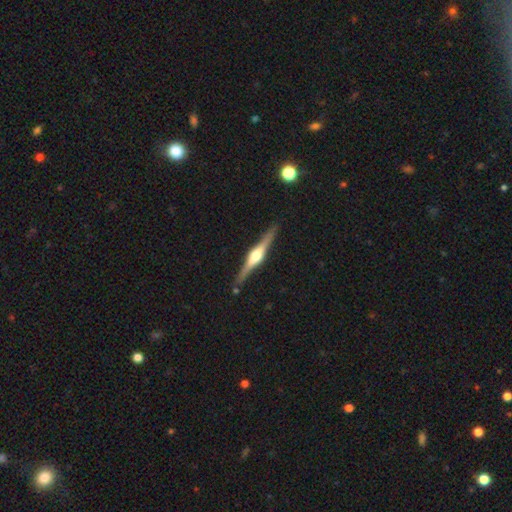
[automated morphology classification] The model was most divided on "smooth or featured": featured or disk: 83%, smooth: 12%, star or artifact: 5%. More confident: edge-on disk — yes (98%); edge-on bulge — rounded (91%); merging — none (89%).